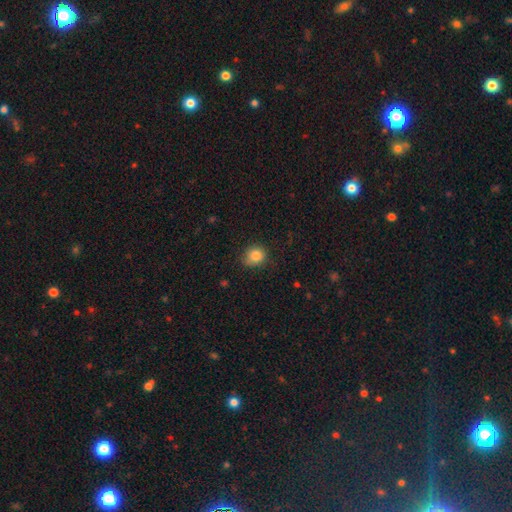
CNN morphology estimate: smooth-or-featured: smooth: 84% | star or artifact: 10% | featured or disk: 6%
  how-rounded: round: 76% | in between: 23% | cigar-shaped: 1%
  merging: none: 74% | minor disturbance: 21% | major disturbance: 4% | merger: 1%